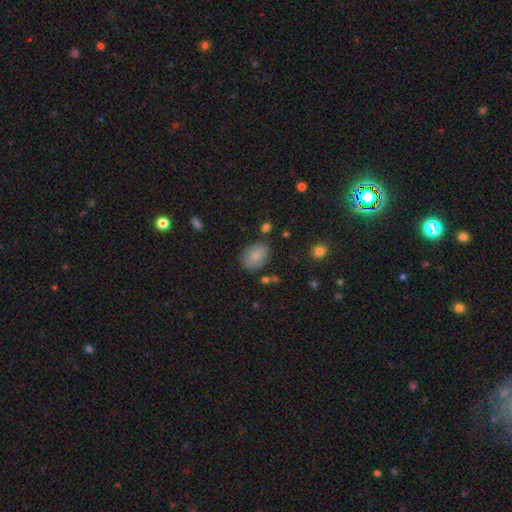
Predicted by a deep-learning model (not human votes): Smooth or featured?
  - smooth: 78% *
  - featured or disk: 14%
  - star or artifact: 8%
How rounded?
  - in between: 73% *
  - round: 26%
  - cigar-shaped: 1%
Merging?
  - none: 80% *
  - minor disturbance: 14%
  - major disturbance: 3%
  - merger: 3%